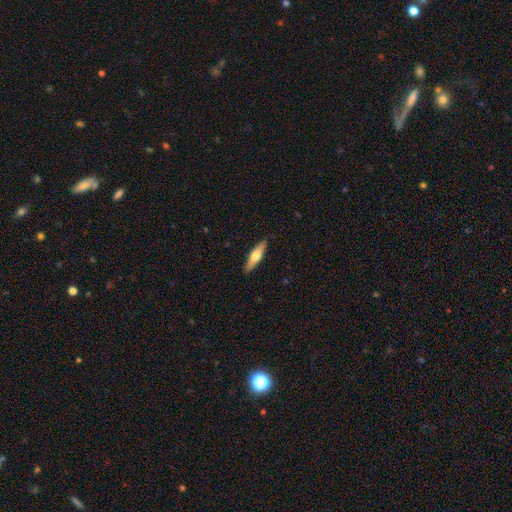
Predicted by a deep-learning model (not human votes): Q: Smooth or featured?
A: smooth (48%); runner-up: featured or disk (47%)
Q: Merging?
A: none (90%); runner-up: minor disturbance (8%)